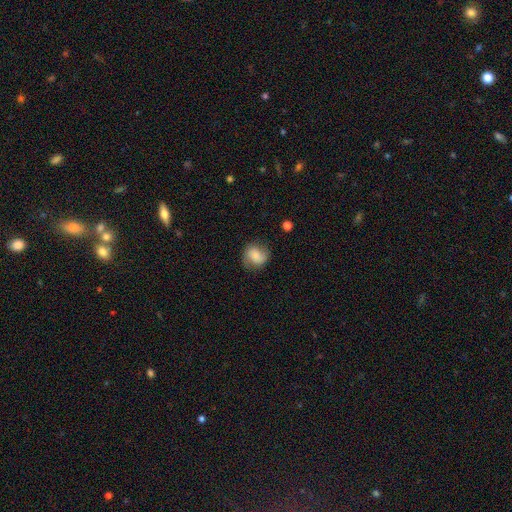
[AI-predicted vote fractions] Smooth or featured? Predicted: smooth (p=0.65). How rounded? Predicted: round (p=0.72). Merging? Predicted: none (p=0.74).